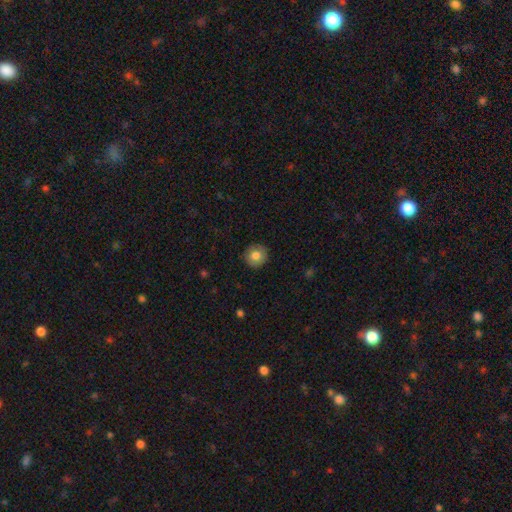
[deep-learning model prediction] A smooth galaxy with no disk features (80%) that is round (92%).

Vote fractions:
- Smooth or featured? smooth: 80% / featured or disk: 12% / star or artifact: 8%
- How rounded? round: 92% / in between: 7% / cigar-shaped: 1%
- Merging? none: 89% / minor disturbance: 8% / major disturbance: 2% / merger: 1%